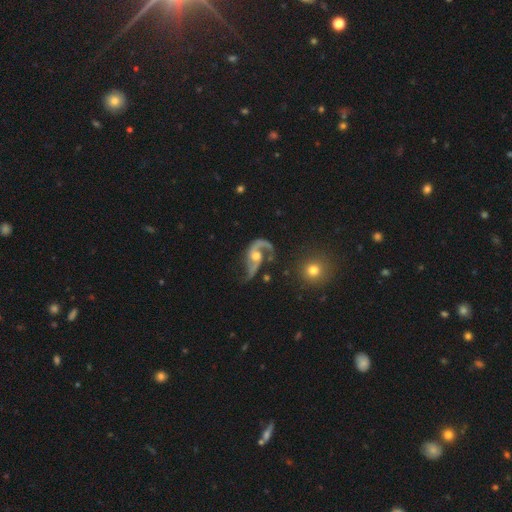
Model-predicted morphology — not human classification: A featured or disk galaxy (90%) with no bar (60%), 2 (86%) loose (70%) spiral arms (96%) and a moderate central bulge (68%).

Vote fractions:
- Smooth or featured? featured or disk: 90% / smooth: 6% / star or artifact: 5%
- Edge-on disk? no: 97% / yes: 3%
- Bar? no: 60% / weak: 30% / strong: 11%
- Spiral arms? yes: 96% / no: 4%
- Spiral winding? loose: 70% / medium: 25% / tight: 6%
- Spiral arm count? 2: 86% / 1: 9% / can't tell: 2% / 3: 1% / 4: 1% / more than 4: 1%
- Bulge size? moderate: 68% / small: 20% / large: 8% / none: 2% / dominant: 1%
- Merging? none: 46% / major disturbance: 27% / minor disturbance: 21% / merger: 6%